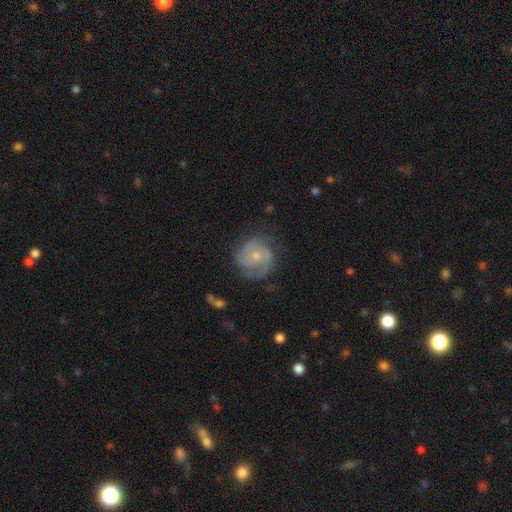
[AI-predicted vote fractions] This is clearly a featured or disk galaxy (80%). It is clearly not viewed edge-on (98%). Bar: likely no (73%). Spiral arm pattern: clearly yes (94%). Spiral arm count: marginally 2 (40%). Spiral winding: possibly tight (48%). Central bulge: possibly small (52%). Merging: likely none (70%).